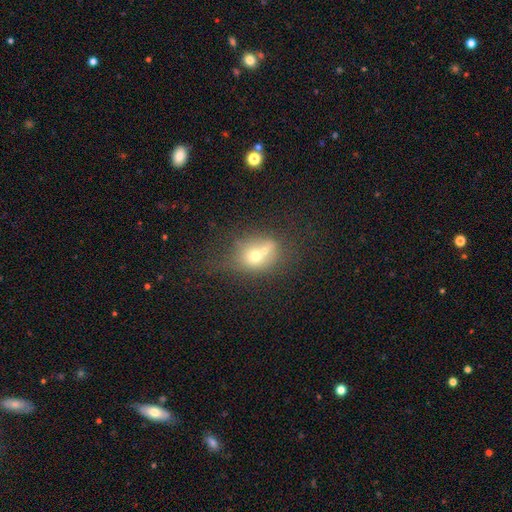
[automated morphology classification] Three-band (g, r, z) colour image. It shows a smooth galaxy with no disk features (59%) that is round (61%). Merging: merger (55%).